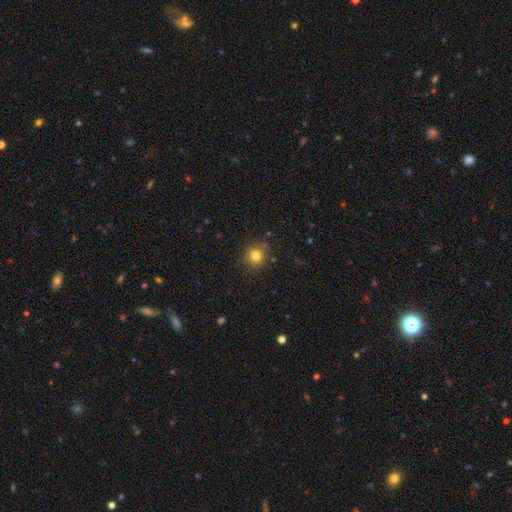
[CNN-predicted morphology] smooth-or-featured: smooth: 80% | star or artifact: 13% | featured or disk: 7%
  how-rounded: round: 90% | in between: 9% | cigar-shaped: 1%
  merging: none: 85% | minor disturbance: 11% | major disturbance: 3% | merger: 2%